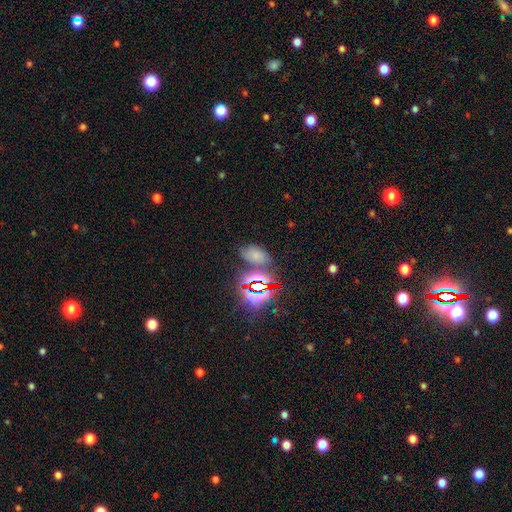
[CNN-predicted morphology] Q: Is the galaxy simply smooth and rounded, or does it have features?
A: smooth — 51%.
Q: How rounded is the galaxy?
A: in between — 86%.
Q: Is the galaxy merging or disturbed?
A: none — 64%.